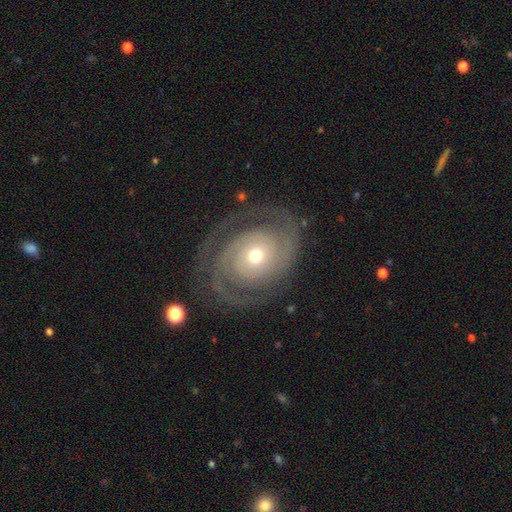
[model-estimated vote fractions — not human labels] Smooth or featured? Predicted: featured or disk (p=0.90). Edge-on disk? Predicted: no (p=0.97). Bar? Predicted: no (p=0.77). Spiral arms? Predicted: yes (p=0.97). Spiral winding? Predicted: tight (p=0.71). Spiral arm count? Predicted: 2 (p=0.83). Bulge size? Predicted: small (p=0.49). Merging? Predicted: none (p=0.78).